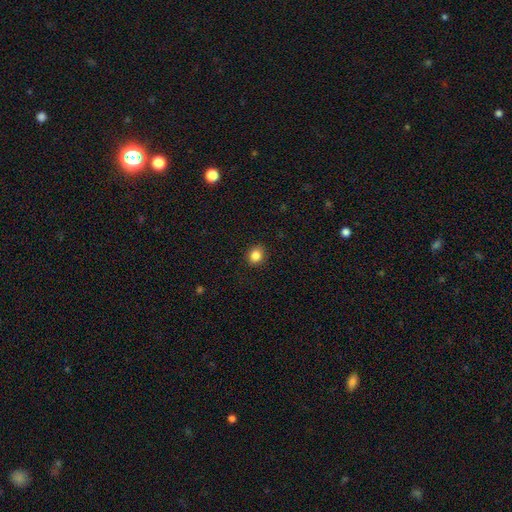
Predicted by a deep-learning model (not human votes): Q: Smooth or featured?
A: smooth (85%); runner-up: star or artifact (11%)
Q: How rounded?
A: round (73%); runner-up: in between (27%)
Q: Merging?
A: none (90%); runner-up: minor disturbance (7%)